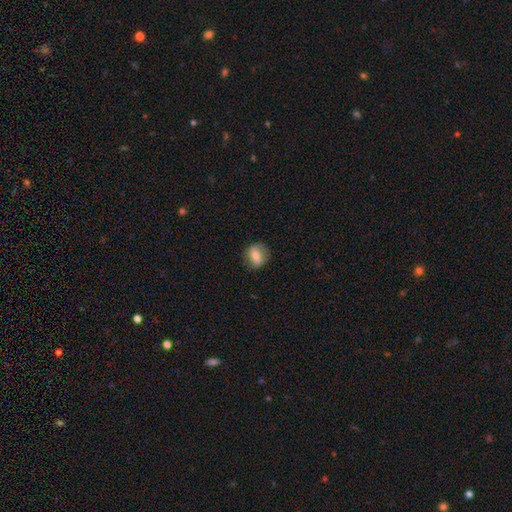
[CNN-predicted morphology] This appears to be a smooth galaxy with no disk features (67%) that is round (65%). Merging: none (82%).